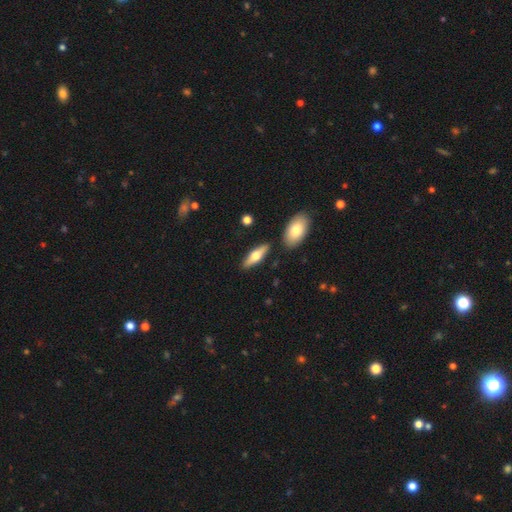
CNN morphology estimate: The model was most divided on "how rounded": in between: 51%, cigar-shaped: 46%, round: 3%. More confident: merging — none (84%); smooth or featured — smooth (52%).